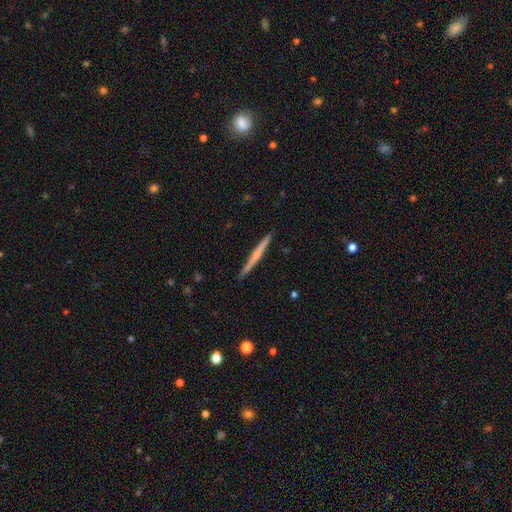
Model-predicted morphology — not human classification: A featured or disk galaxy (54%) viewed edge-on (98%) with no central bulge (64%).

Vote fractions:
- Smooth or featured? featured or disk: 54% / smooth: 41% / star or artifact: 5%
- Edge-on disk? yes: 98% / no: 2%
- Edge-on bulge? none: 64% / rounded: 28% / boxy: 7%
- Merging? none: 92% / minor disturbance: 6% / major disturbance: 1% / merger: 1%